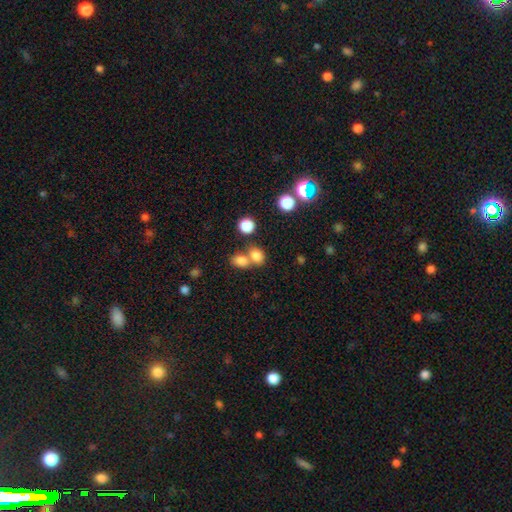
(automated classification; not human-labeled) This appears to be a smooth galaxy with no disk features (79%) that is in between round and cigar-shaped (56%). Merging: merger (46%).